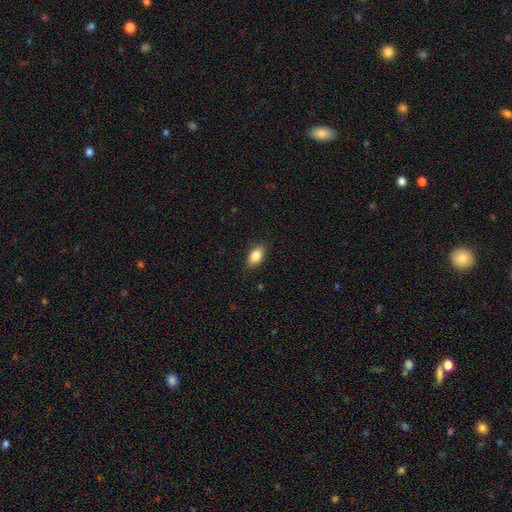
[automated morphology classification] smooth-or-featured: smooth: 86% | star or artifact: 8% | featured or disk: 6%
  how-rounded: in between: 89% | round: 9% | cigar-shaped: 2%
  merging: none: 87% | minor disturbance: 10% | major disturbance: 2% | merger: 1%